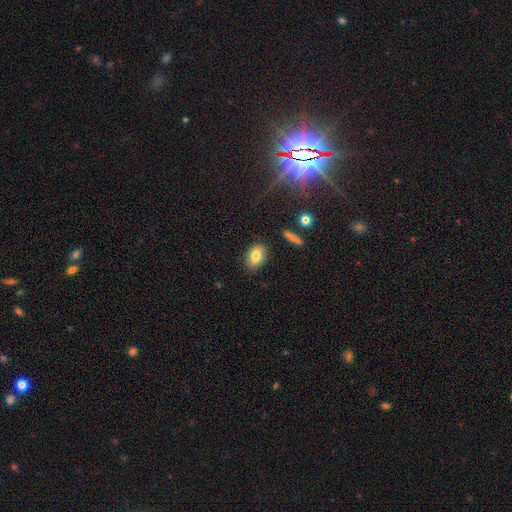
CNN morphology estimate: Smooth or featured? Predicted: smooth (p=0.81). How rounded? Predicted: in between (p=0.82). Merging? Predicted: none (p=0.86).